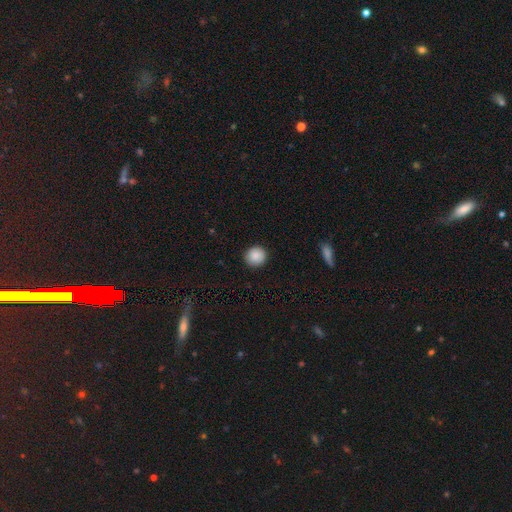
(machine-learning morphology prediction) This appears to be a smooth galaxy with no disk features (89%) that is round (91%). Merging: none (91%).